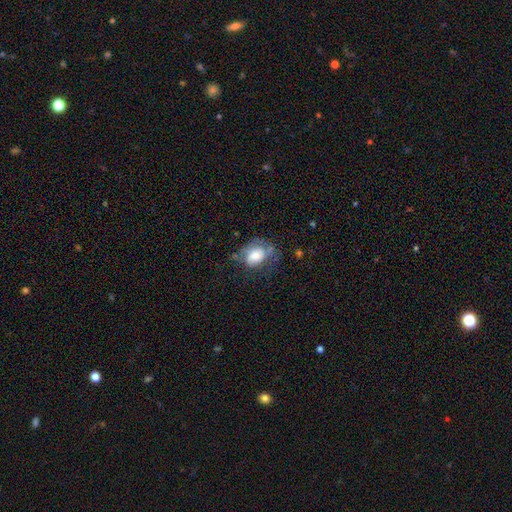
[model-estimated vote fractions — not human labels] smooth_or_featured: smooth (p=0.59) [alt: featured or disk p=0.33]
how_rounded: in between (p=0.66) [alt: round p=0.33]
merging: none (p=0.43) [alt: minor disturbance p=0.31]